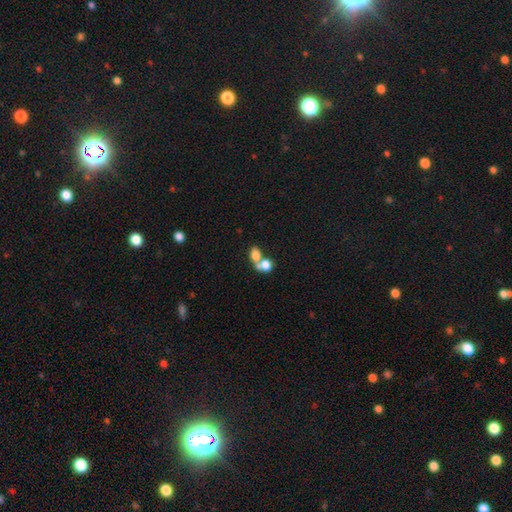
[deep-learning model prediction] smooth-or-featured: smooth: 73% | featured or disk: 15% | star or artifact: 12%
  how-rounded: in between: 61% | round: 37% | cigar-shaped: 1%
  merging: merger: 61% | none: 27% | minor disturbance: 7% | major disturbance: 5%